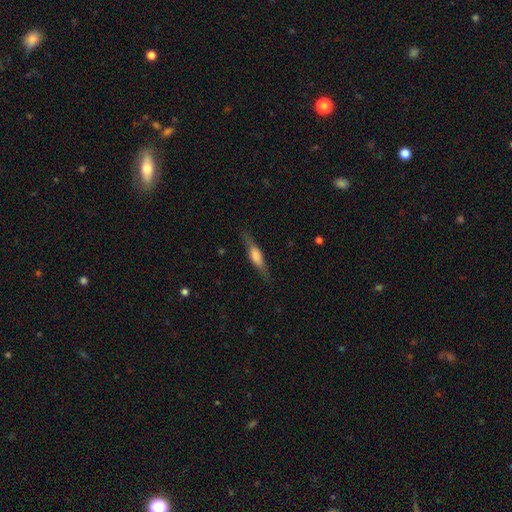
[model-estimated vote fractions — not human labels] A featured or disk galaxy (51%) viewed edge-on (93%). Merging: none (82%).